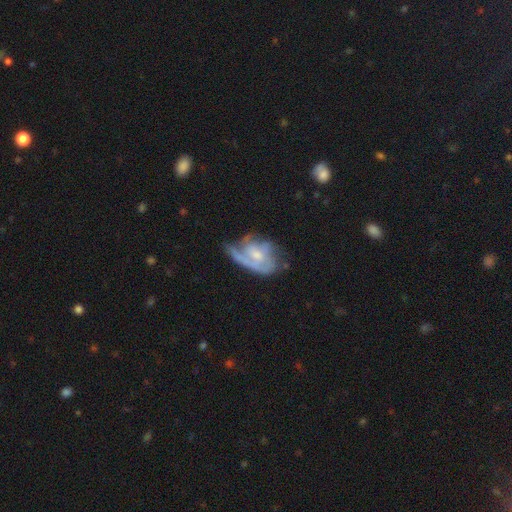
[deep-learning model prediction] Smooth or featured?
  - featured or disk: 70% *
  - smooth: 23%
  - star or artifact: 6%
Edge-on disk?
  - no: 96% *
  - yes: 4%
Bar?
  - no: 62% *
  - weak: 33%
  - strong: 6%
Spiral arms?
  - yes: 75% *
  - no: 25%
Spiral winding?
  - medium: 39% *
  - tight: 36%
  - loose: 25%
Spiral arm count?
  - 1: 32% *
  - can't tell: 29%
  - 2: 26%
  - 3: 9%
  - 4: 2%
  - more than 4: 2%
Bulge size?
  - small: 49% *
  - moderate: 39%
  - none: 8%
  - large: 3%
  - dominant: 1%
Merging?
  - none: 36% *
  - major disturbance: 32%
  - minor disturbance: 28%
  - merger: 4%